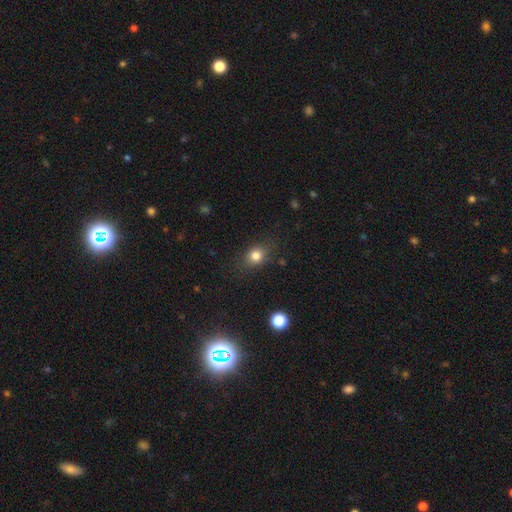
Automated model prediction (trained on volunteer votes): Smooth or featured?
  - smooth: 81% *
  - star or artifact: 12%
  - featured or disk: 8%
How rounded?
  - round: 52% *
  - in between: 46%
  - cigar-shaped: 2%
Merging?
  - none: 78% *
  - minor disturbance: 15%
  - major disturbance: 5%
  - merger: 1%